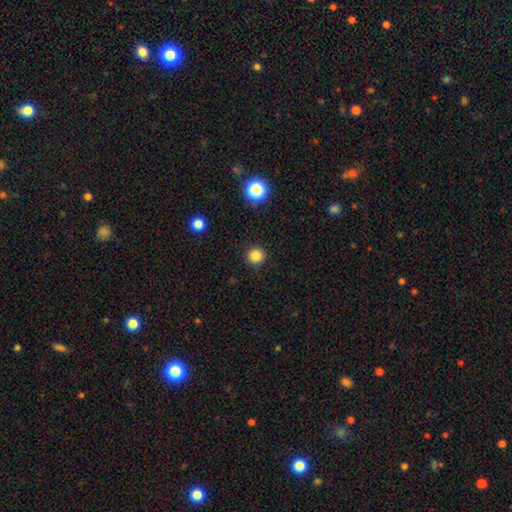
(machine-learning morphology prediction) A smooth galaxy with no disk features (83%) that is round (95%).

Vote fractions:
- Smooth or featured? smooth: 83% / star or artifact: 13% / featured or disk: 4%
- How rounded? round: 95% / in between: 4% / cigar-shaped: 1%
- Merging? none: 92% / minor disturbance: 5% / major disturbance: 2% / merger: 1%